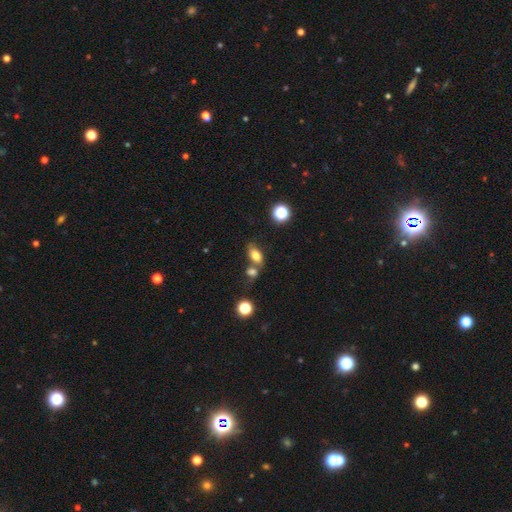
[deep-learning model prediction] This appears to be a smooth galaxy with no disk features (75%) that is in between round and cigar-shaped (82%). Merging: none (52%).